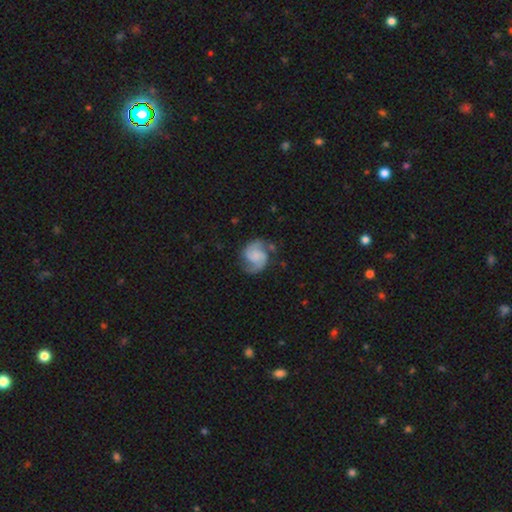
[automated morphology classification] featured or disk 81%, smooth 13%, star or artifact 6%. Down the decision tree: edge-on disk — no (98%); bar — no (62%); spiral arms — yes (97%); spiral arm count — 2 (90%); spiral winding — medium (51%); bulge size — small (39%); merging — none (71%).